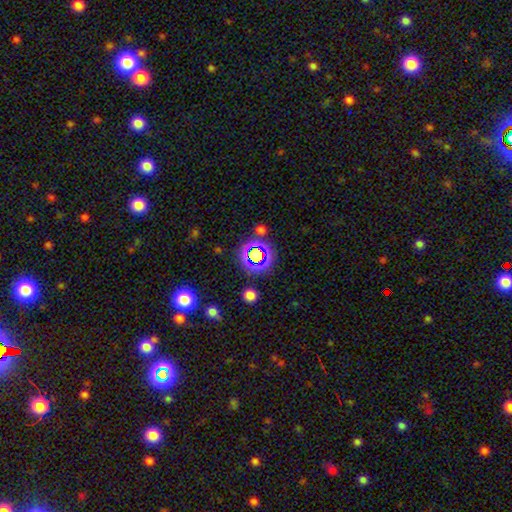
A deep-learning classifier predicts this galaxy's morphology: A star or artifact, not a galaxy (55%).